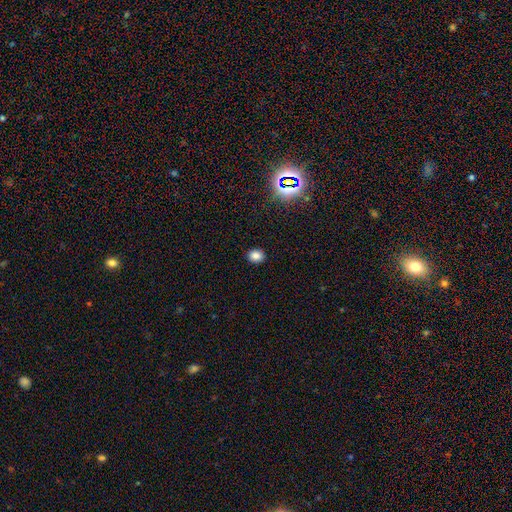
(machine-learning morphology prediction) This is clearly a smooth galaxy (81%). How rounded: possibly round (57%). Merging: clearly none (90%).